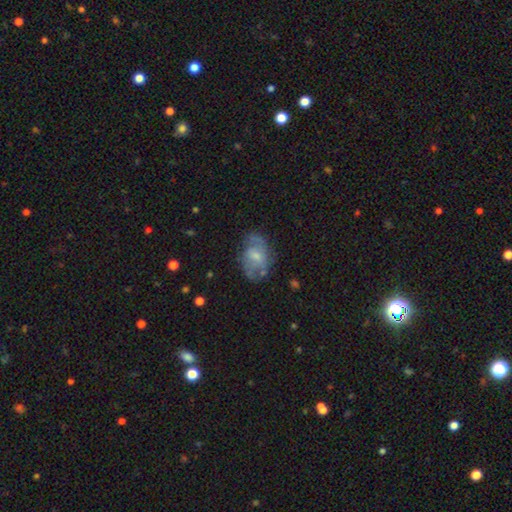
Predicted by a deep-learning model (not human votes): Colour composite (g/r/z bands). It shows a featured or disk galaxy (55%) with no bar (49%), spiral arms (66%) and a small central bulge (46%). Merging: none (56%).